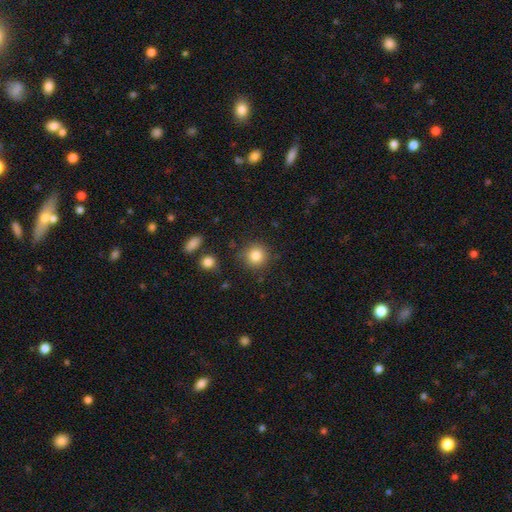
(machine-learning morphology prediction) Q: Smooth or featured?
A: smooth (84%); runner-up: star or artifact (10%)
Q: How rounded?
A: round (92%); runner-up: in between (7%)
Q: Merging?
A: none (86%); runner-up: minor disturbance (9%)